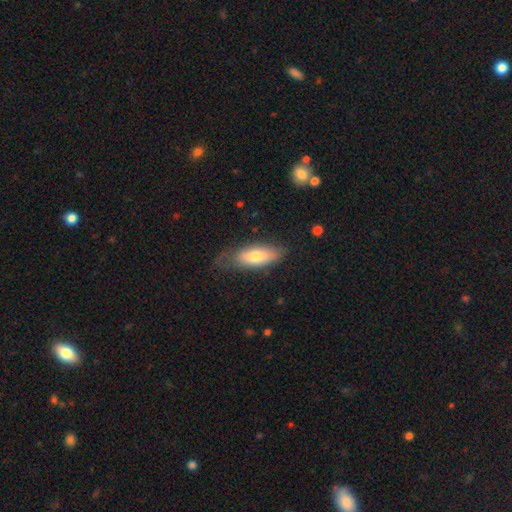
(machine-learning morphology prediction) This is likely a smooth galaxy (68%). How rounded: likely in between (75%). Merging: likely none (60%).